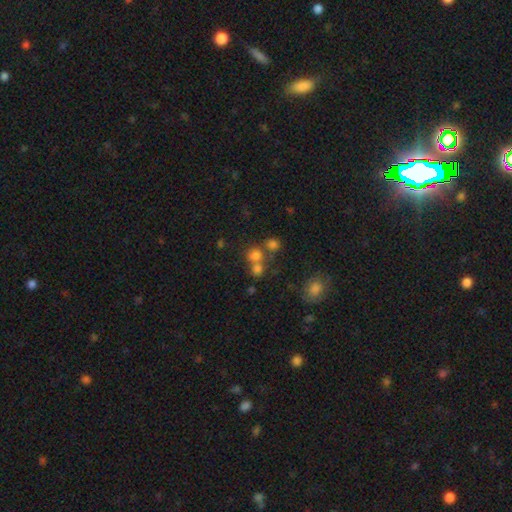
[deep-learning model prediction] smooth_or_featured: smooth (p=0.69) [alt: star or artifact p=0.20]
how_rounded: round (p=0.80) [alt: in between p=0.19]
merging: none (p=0.50) [alt: merger p=0.38]